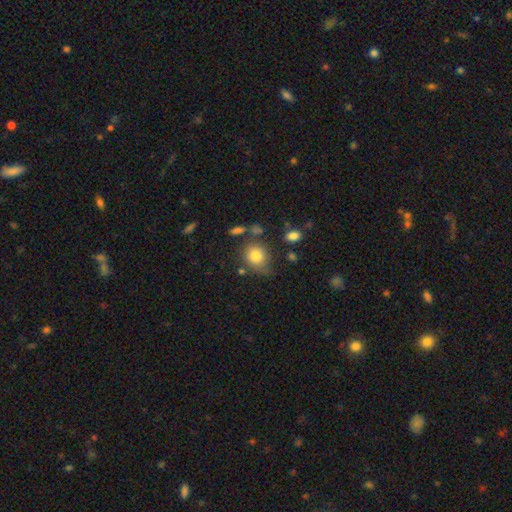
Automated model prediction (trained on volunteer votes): Q: Smooth or featured?
A: smooth (79%); runner-up: featured or disk (11%)
Q: How rounded?
A: round (69%); runner-up: in between (29%)
Q: Merging?
A: none (59%); runner-up: minor disturbance (24%)